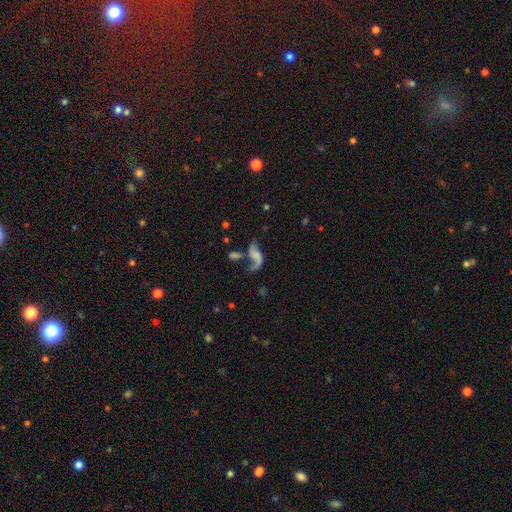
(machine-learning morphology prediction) Smooth or featured? Predicted: featured or disk (p=0.68). Edge-on disk? Predicted: no (p=0.94). Bar? Predicted: no (p=0.63). Spiral arms? Predicted: yes (p=0.84). Spiral winding? Predicted: loose (p=0.87). Spiral arm count? Predicted: 2 (p=0.74). Bulge size? Predicted: none (p=0.54). Merging? Predicted: none (p=0.32).